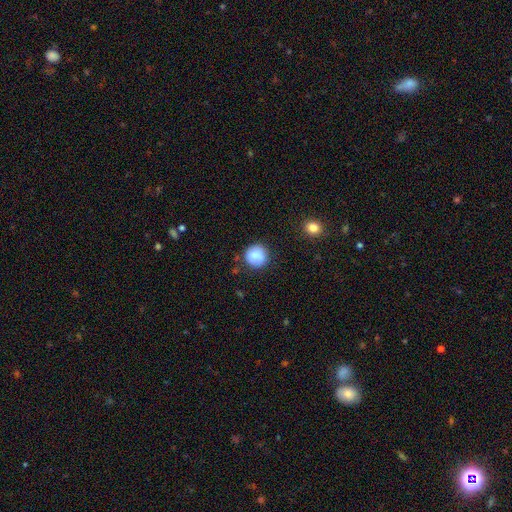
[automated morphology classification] Smooth or featured? Predicted: smooth (p=0.87). How rounded? Predicted: round (p=0.93). Merging? Predicted: none (p=0.85).